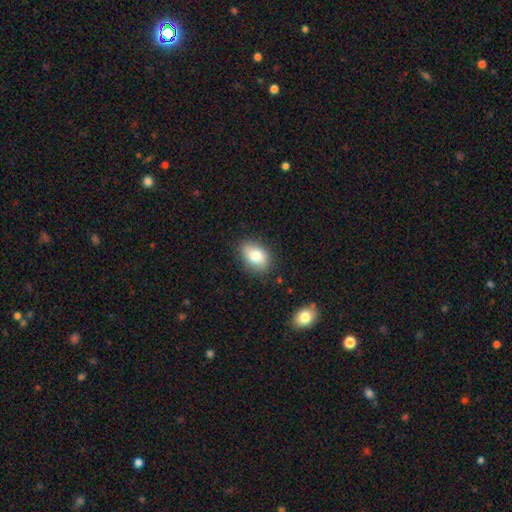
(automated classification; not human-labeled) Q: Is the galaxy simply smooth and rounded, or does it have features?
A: smooth — 80%.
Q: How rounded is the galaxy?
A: in between — 84%.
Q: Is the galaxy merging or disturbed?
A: none — 80%.